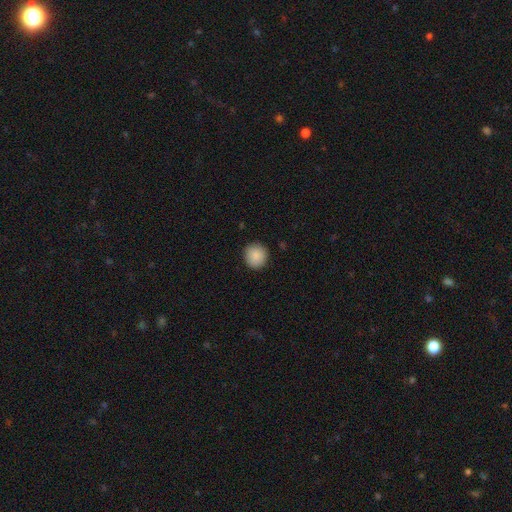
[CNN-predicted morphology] The model was most divided on "smooth or featured": smooth: 89%, star or artifact: 8%, featured or disk: 3%. More confident: how rounded — round (92%); merging — none (90%).